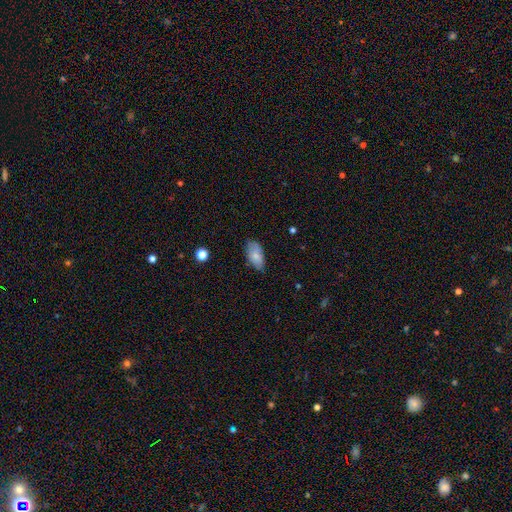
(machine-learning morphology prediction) This appears to be a smooth galaxy with no disk features (75%) that is in between round and cigar-shaped (93%). Merging: none (70%).